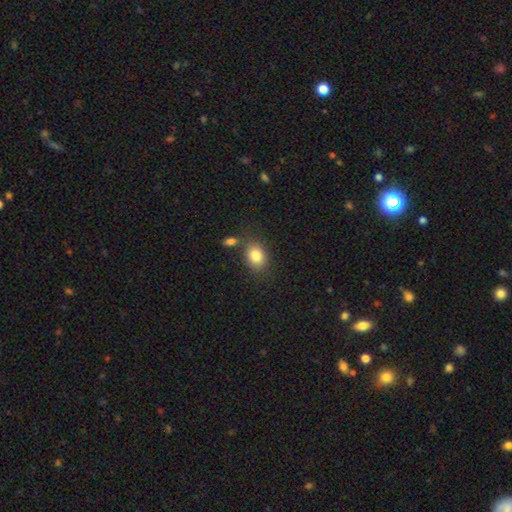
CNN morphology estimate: This is clearly a smooth galaxy (84%). How rounded: likely in between (65%). Merging: likely none (72%).